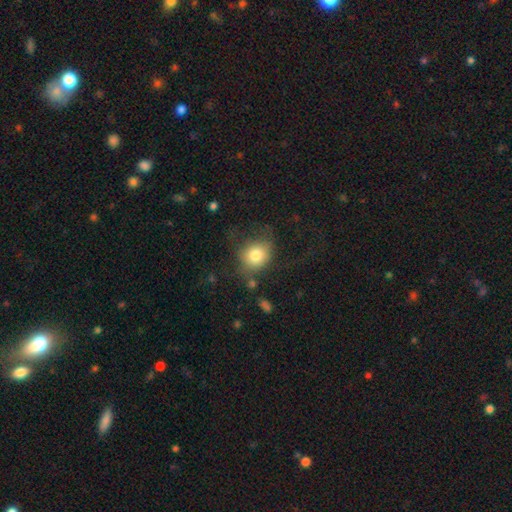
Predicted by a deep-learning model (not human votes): A smooth galaxy with no disk features (79%) that is round (67%). Merging: none (58%).